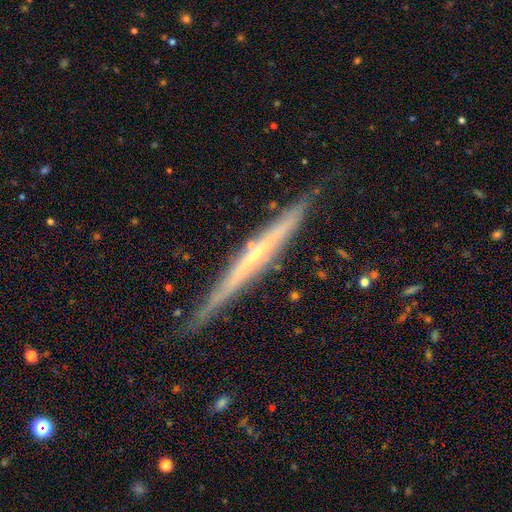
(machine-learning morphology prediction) Smooth or featured? Predicted: featured or disk (p=0.74). Edge-on disk? Predicted: yes (p=0.96). Edge-on bulge? Predicted: none (p=0.65). Merging? Predicted: none (p=0.85).